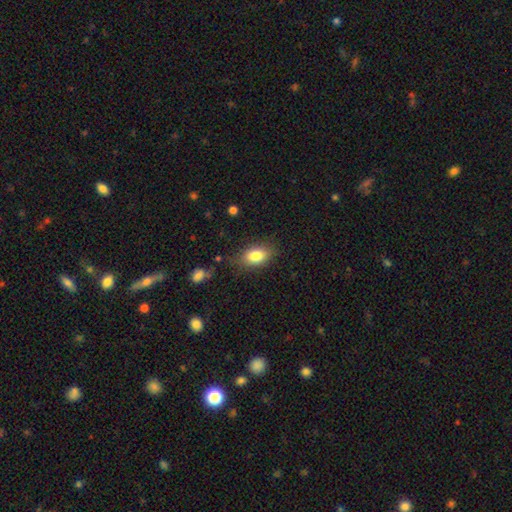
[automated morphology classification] smooth-or-featured: smooth: 82% | featured or disk: 10% | star or artifact: 8%
  how-rounded: in between: 84% | round: 14% | cigar-shaped: 2%
  merging: none: 77% | minor disturbance: 16% | major disturbance: 4% | merger: 2%